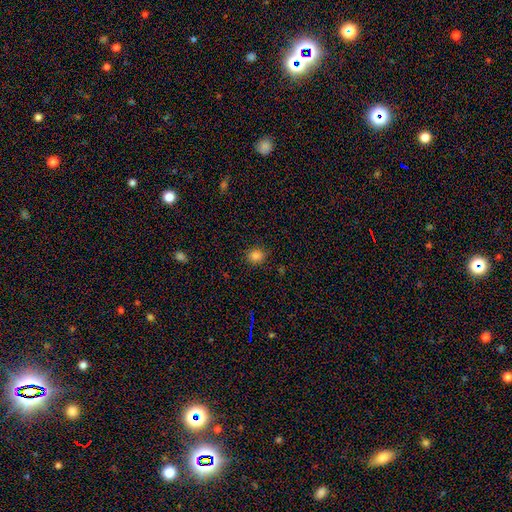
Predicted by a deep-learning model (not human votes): Smooth or featured? smooth (83%)
How rounded? round (79%)
Merging? none (88%)